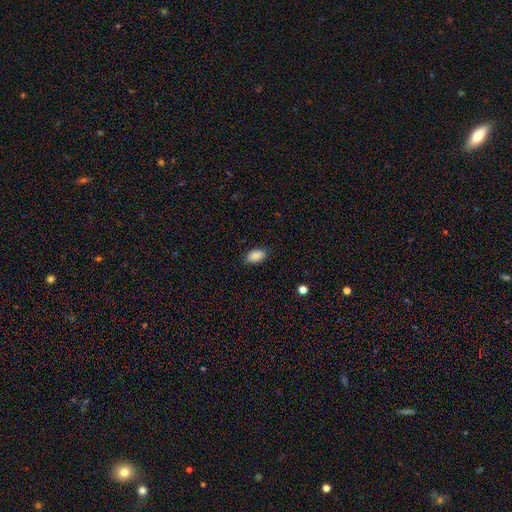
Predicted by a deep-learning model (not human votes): A smooth galaxy with no disk features (89%) that is in between round and cigar-shaped (93%).

Vote fractions:
- Smooth or featured? smooth: 89% / star or artifact: 8% / featured or disk: 3%
- How rounded? in between: 93% / round: 5% / cigar-shaped: 2%
- Merging? none: 85% / minor disturbance: 12% / major disturbance: 2% / merger: 1%